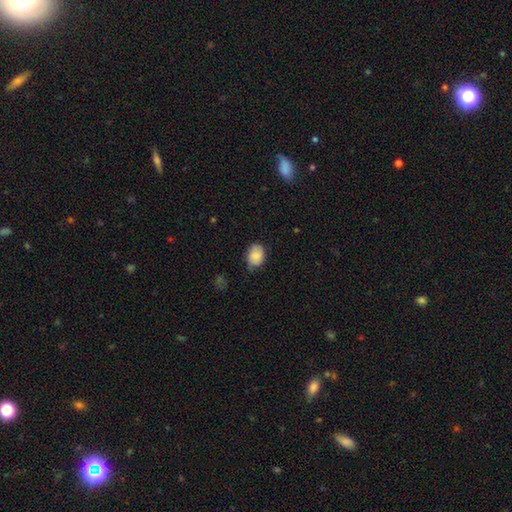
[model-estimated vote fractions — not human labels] smooth_or_featured: smooth (p=0.83) [alt: featured or disk p=0.10]
how_rounded: in between (p=0.69) [alt: round p=0.31]
merging: none (p=0.64) [alt: minor disturbance p=0.29]